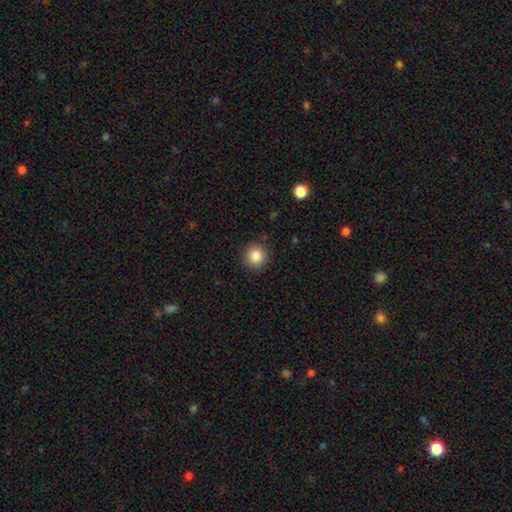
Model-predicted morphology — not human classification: Q: Smooth or featured?
A: smooth (84%); runner-up: star or artifact (10%)
Q: How rounded?
A: round (93%); runner-up: in between (6%)
Q: Merging?
A: none (89%); runner-up: minor disturbance (8%)